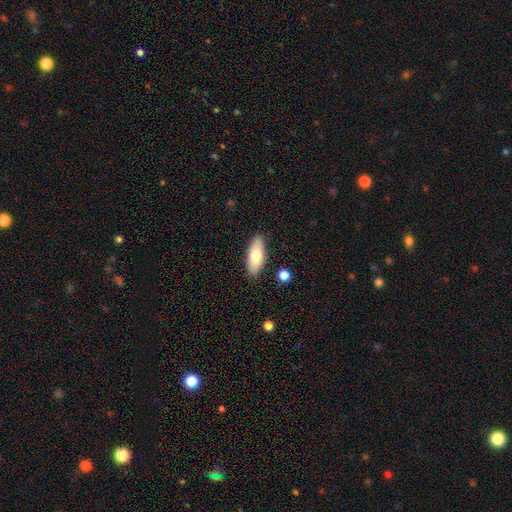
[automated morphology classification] A smooth galaxy with no disk features (73%) that is in between round and cigar-shaped (79%). Merging: none (87%).